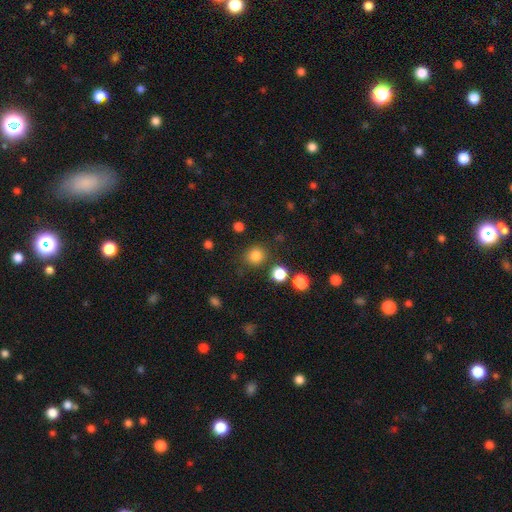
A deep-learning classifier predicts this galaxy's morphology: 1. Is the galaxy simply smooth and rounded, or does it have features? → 83% smooth, 13% star or artifact, 4% featured or disk.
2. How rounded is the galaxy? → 88% round, 11% in between, 1% cigar-shaped.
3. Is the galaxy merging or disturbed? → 83% none, 9% minor disturbance, 5% merger, 4% major disturbance.